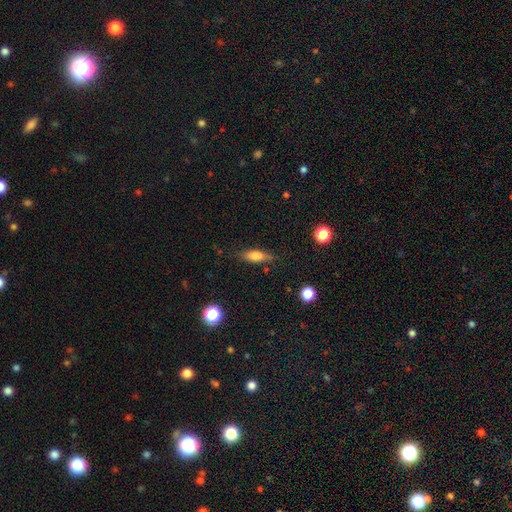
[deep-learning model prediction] A smooth galaxy with no disk features (66%) that is in between round and cigar-shaped (51%). Merging: none (80%).